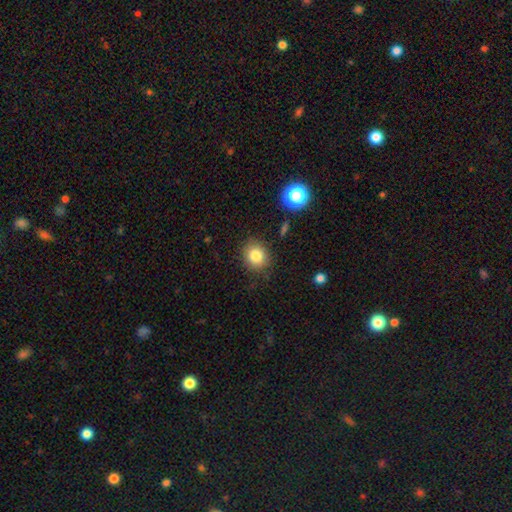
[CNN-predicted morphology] The model was most divided on "how rounded": round: 74%, in between: 25%, cigar-shaped: 1%. More confident: merging — none (85%); smooth or featured — smooth (82%).